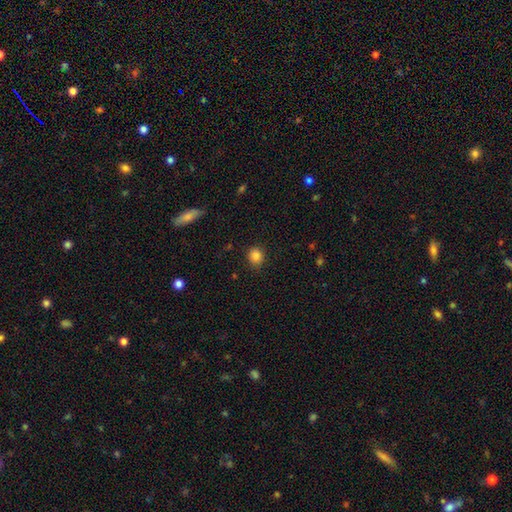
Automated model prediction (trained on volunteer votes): This appears to be a smooth galaxy with no disk features (85%) that is round (77%). Merging: none (87%).